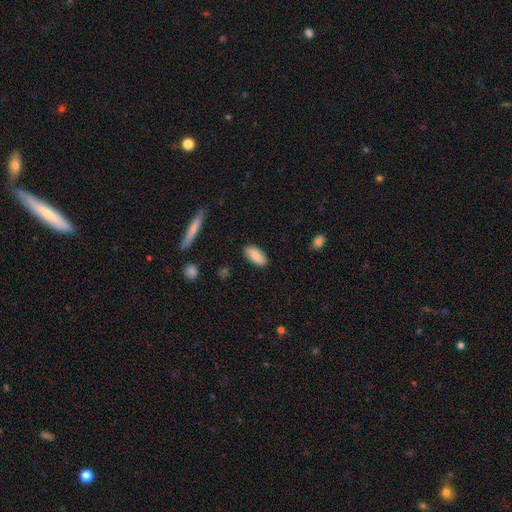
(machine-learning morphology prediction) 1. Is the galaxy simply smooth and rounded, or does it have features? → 81% smooth, 13% featured or disk, 6% star or artifact.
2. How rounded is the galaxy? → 87% in between, 10% cigar-shaped, 2% round.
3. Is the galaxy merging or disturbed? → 86% none, 10% minor disturbance, 2% major disturbance, 1% merger.